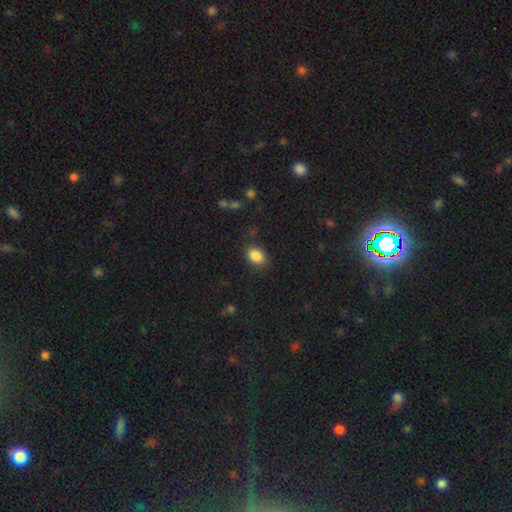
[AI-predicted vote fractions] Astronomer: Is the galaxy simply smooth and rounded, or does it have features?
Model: smooth — 86%.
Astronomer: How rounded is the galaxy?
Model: in between — 70%.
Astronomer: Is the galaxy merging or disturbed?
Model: none — 79%.